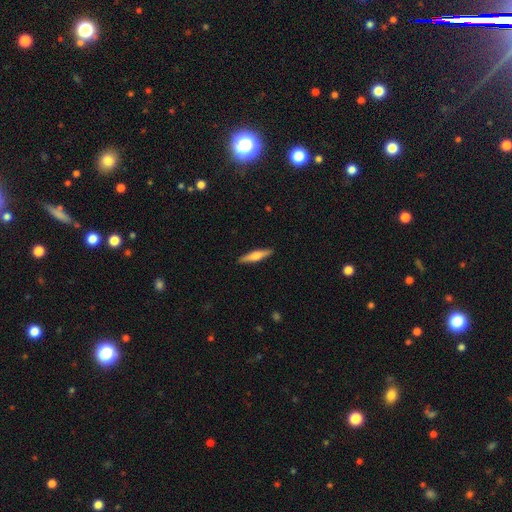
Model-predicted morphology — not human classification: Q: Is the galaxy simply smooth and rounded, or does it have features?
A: featured or disk — 48%.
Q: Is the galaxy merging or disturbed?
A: none — 91%.